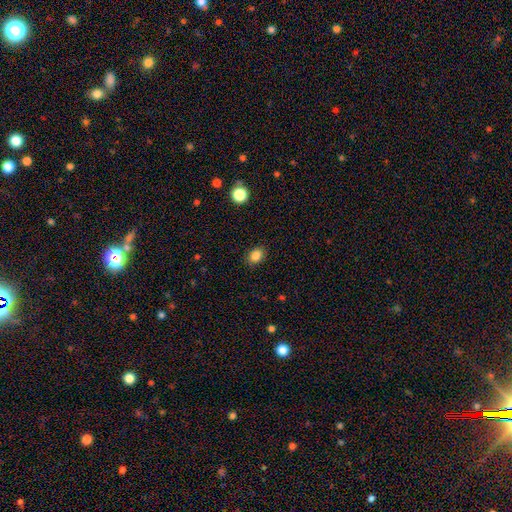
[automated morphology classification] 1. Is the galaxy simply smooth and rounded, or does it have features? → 85% smooth, 10% star or artifact, 5% featured or disk.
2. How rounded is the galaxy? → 57% in between, 42% round, 1% cigar-shaped.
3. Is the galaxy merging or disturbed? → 88% none, 8% minor disturbance, 2% major disturbance, 1% merger.